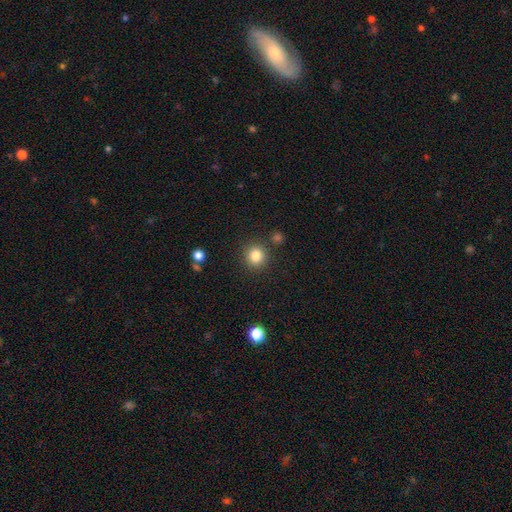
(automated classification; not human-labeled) A smooth galaxy with no disk features (83%) that is round (90%).

Vote fractions:
- Smooth or featured? smooth: 83% / star or artifact: 11% / featured or disk: 5%
- How rounded? round: 90% / in between: 9% / cigar-shaped: 1%
- Merging? none: 87% / minor disturbance: 7% / merger: 4% / major disturbance: 3%